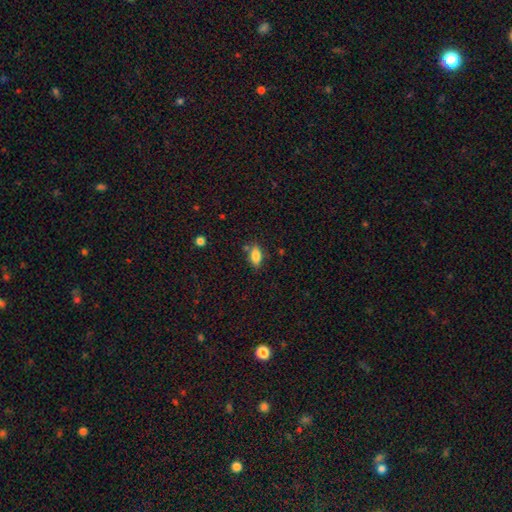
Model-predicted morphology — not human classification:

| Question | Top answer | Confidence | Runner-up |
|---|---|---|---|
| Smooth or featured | smooth | 82% | featured or disk (10%) |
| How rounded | in between | 86% | cigar-shaped (10%) |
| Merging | none | 76% | minor disturbance (15%) |